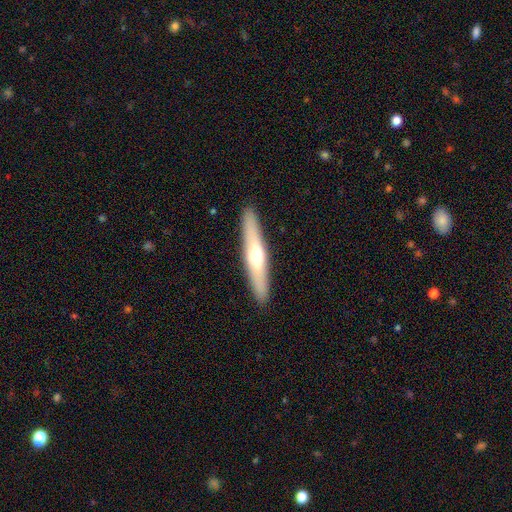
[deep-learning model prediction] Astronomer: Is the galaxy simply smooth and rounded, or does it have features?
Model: featured or disk — 49% (runner-up: smooth, 46%).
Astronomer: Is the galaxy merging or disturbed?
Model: none — 90%.